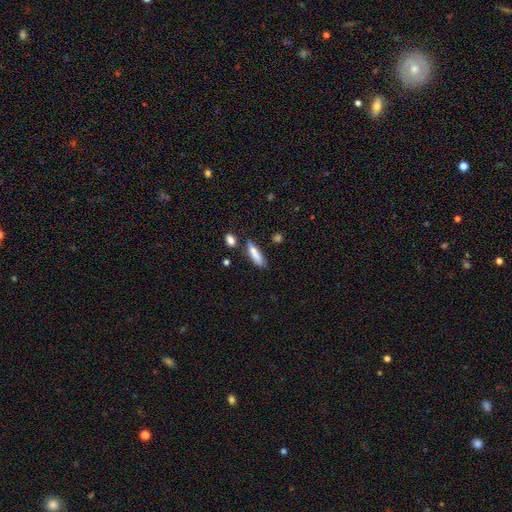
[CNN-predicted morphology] Overall: smooth (81%). How rounded: cigar-shaped (63%; in between 35%). Merging: none (62%; minor disturbance 23%).